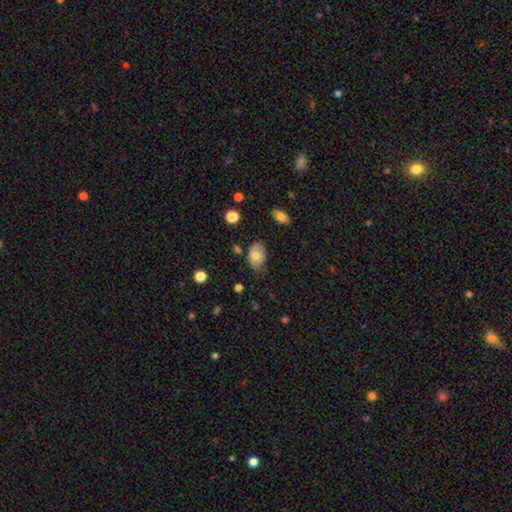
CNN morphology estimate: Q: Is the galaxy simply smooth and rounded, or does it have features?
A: smooth — 70%.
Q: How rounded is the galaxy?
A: in between — 86%.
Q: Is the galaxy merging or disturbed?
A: none — 64%.